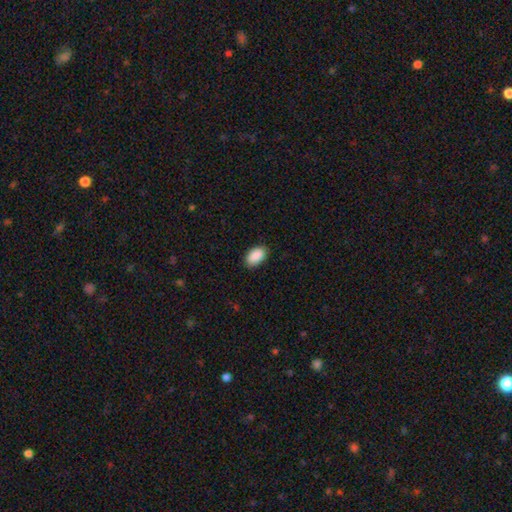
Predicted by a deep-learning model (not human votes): Overall: smooth (91%). How rounded: in between (92%). Merging: none (86%).